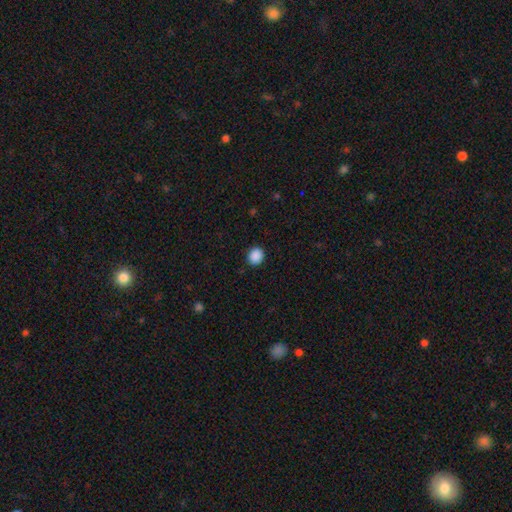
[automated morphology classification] smooth_or_featured: smooth (p=0.89) [alt: star or artifact p=0.09]
how_rounded: round (p=0.78) [alt: in between p=0.21]
merging: none (p=0.91) [alt: minor disturbance p=0.06]